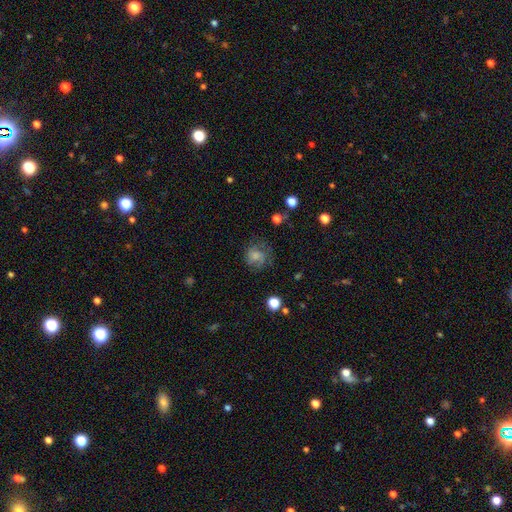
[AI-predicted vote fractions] Q: Smooth or featured?
A: smooth (58%); runner-up: featured or disk (30%)
Q: How rounded?
A: round (77%); runner-up: in between (22%)
Q: Merging?
A: none (60%); runner-up: minor disturbance (22%)